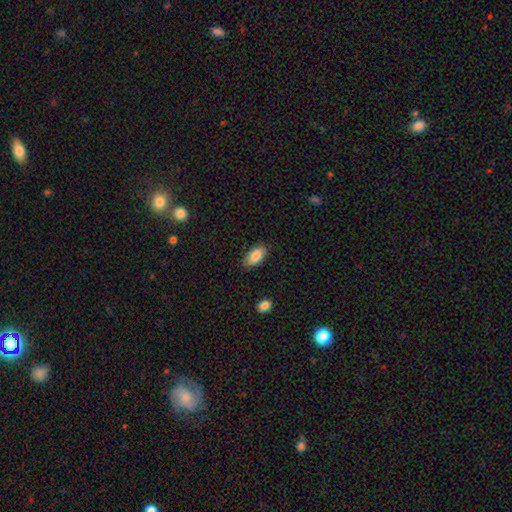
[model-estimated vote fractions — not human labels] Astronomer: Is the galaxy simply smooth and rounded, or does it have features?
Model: smooth — 85%.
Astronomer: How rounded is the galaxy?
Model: in between — 93%.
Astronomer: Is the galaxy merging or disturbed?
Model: none — 84%.